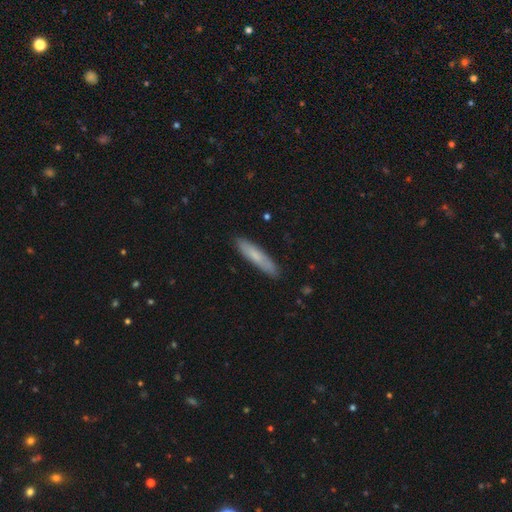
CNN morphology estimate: Smooth or featured? smooth (71%)
How rounded? cigar-shaped (85%)
Merging? none (87%)